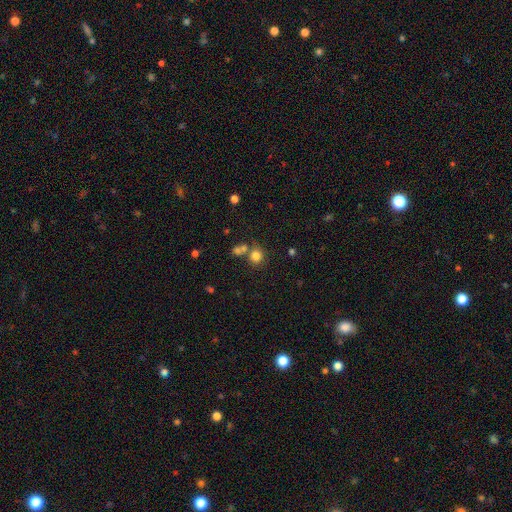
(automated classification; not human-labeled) This appears to be a smooth galaxy with no disk features (79%) that is round (86%). Merging: none (62%).